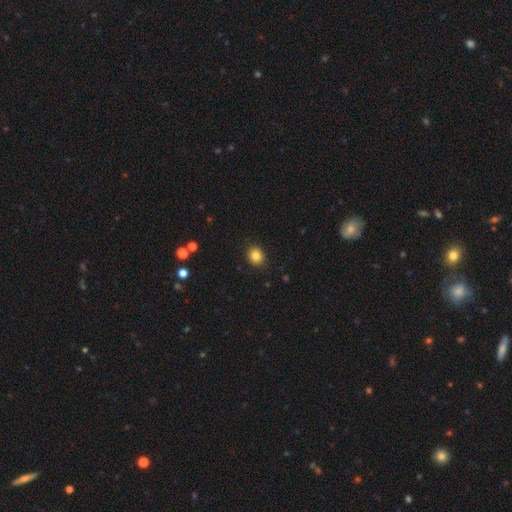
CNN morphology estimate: Smooth or featured? Predicted: smooth (p=0.84). How rounded? Predicted: round (p=0.67). Merging? Predicted: none (p=0.90).